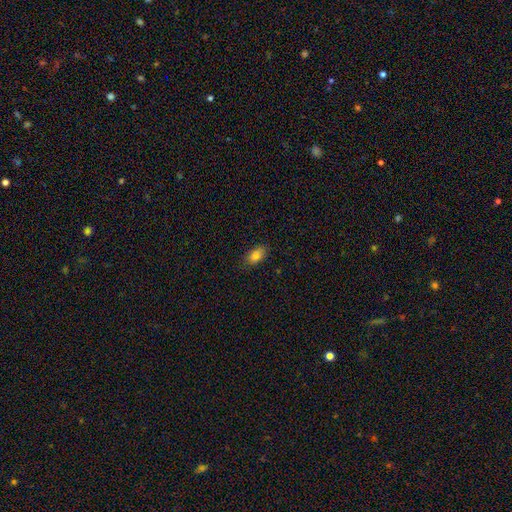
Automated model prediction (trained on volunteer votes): smooth_or_featured: smooth (p=0.82) [alt: featured or disk p=0.10]
how_rounded: in between (p=0.90) [alt: round p=0.07]
merging: none (p=0.84) [alt: minor disturbance p=0.12]